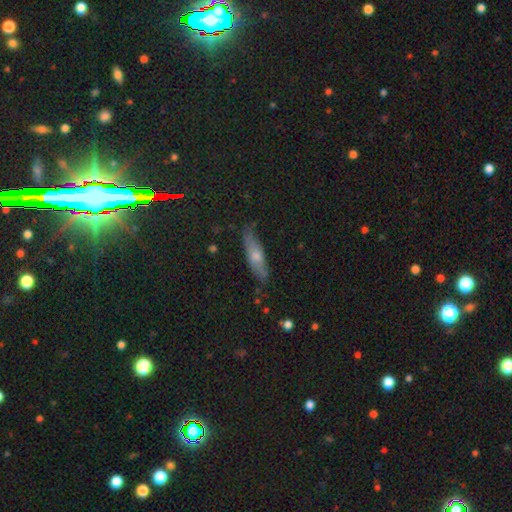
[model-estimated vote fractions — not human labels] This appears to be a smooth galaxy with no disk features (48%). Merging: none (81%).